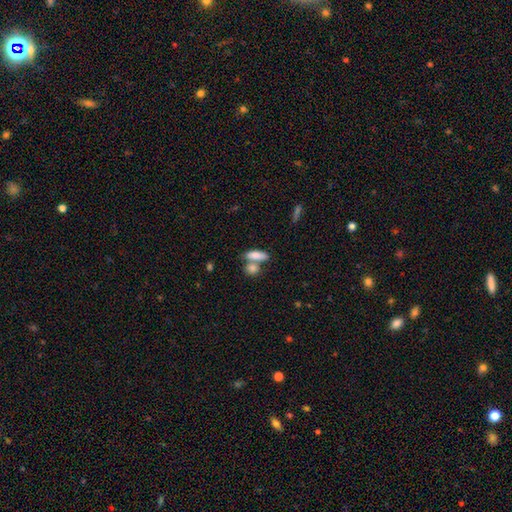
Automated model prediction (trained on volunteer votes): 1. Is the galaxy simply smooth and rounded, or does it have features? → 82% smooth, 11% featured or disk, 7% star or artifact.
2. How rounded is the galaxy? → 69% in between, 25% cigar-shaped, 5% round.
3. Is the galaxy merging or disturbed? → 44% none, 42% merger, 10% minor disturbance, 4% major disturbance.